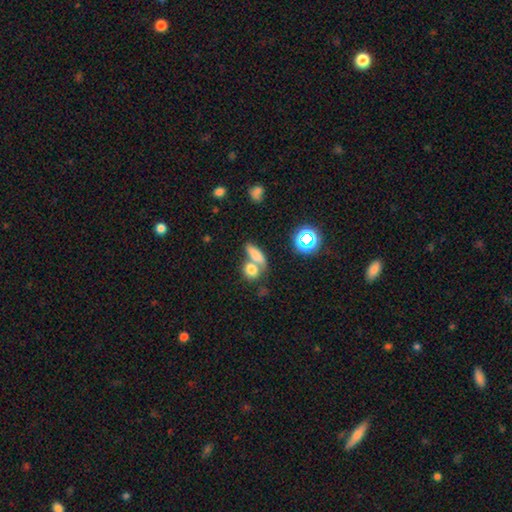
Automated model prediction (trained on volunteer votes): Q: Smooth or featured?
A: smooth (73%); runner-up: star or artifact (14%)
Q: How rounded?
A: in between (54%); runner-up: cigar-shaped (24%)
Q: Merging?
A: merger (47%); runner-up: none (39%)